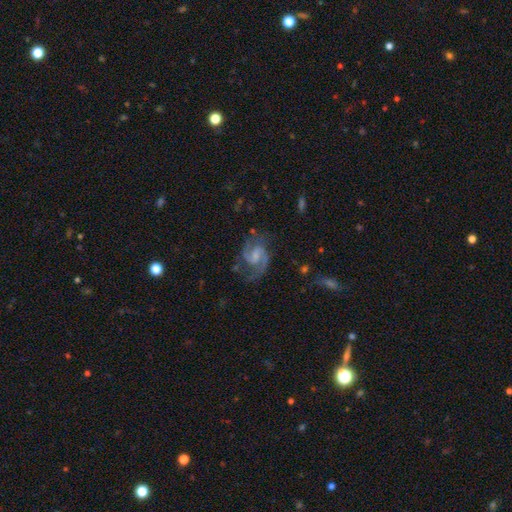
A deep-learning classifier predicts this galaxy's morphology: Smooth or featured? featured or disk (89%)
Edge-on disk? no (98%)
Bar? weak (54%)
Spiral arms? yes (98%)
Spiral winding? medium (61%)
Spiral arm count? 2 (91%)
Bulge size? small (36%)
Merging? none (67%)